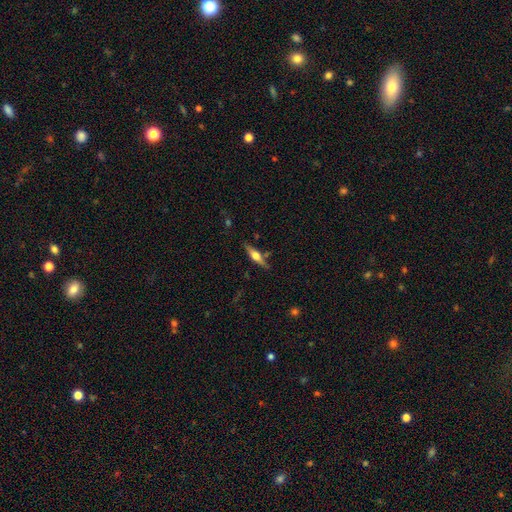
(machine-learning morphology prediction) This is likely a featured or disk galaxy (65%). It is clearly viewed edge-on (96%). Edge-on bulge: clearly rounded (91%). Merging: clearly none (81%).